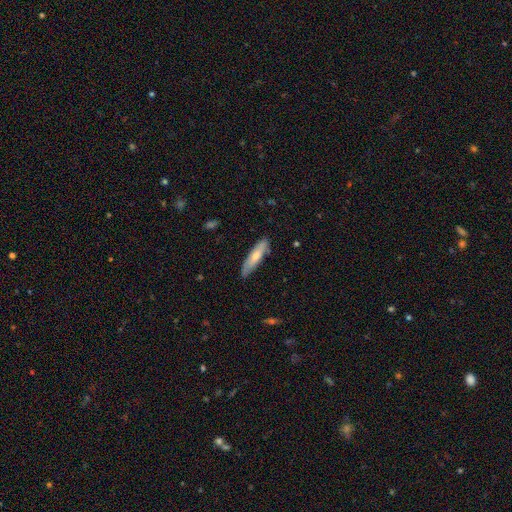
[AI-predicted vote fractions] The model was most divided on "smooth or featured": smooth: 66%, featured or disk: 29%, star or artifact: 5%. More confident: merging — none (79%); how rounded — cigar-shaped (74%).